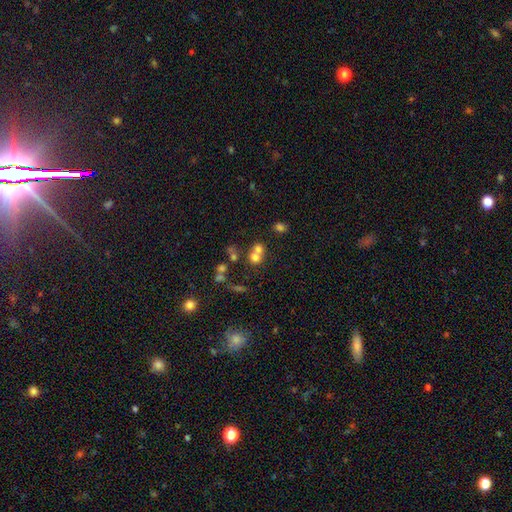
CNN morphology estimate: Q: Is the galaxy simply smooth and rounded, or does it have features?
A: smooth — 65%.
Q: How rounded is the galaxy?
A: round — 79%.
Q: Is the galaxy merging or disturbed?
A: merger — 55%.